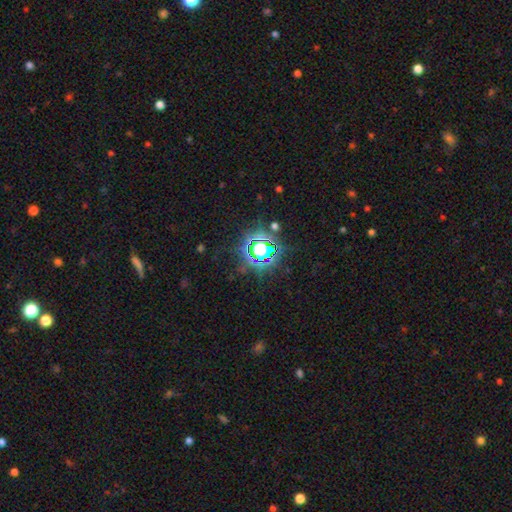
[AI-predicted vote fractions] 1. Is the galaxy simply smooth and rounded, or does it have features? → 70% star or artifact, 19% smooth, 10% featured or disk.